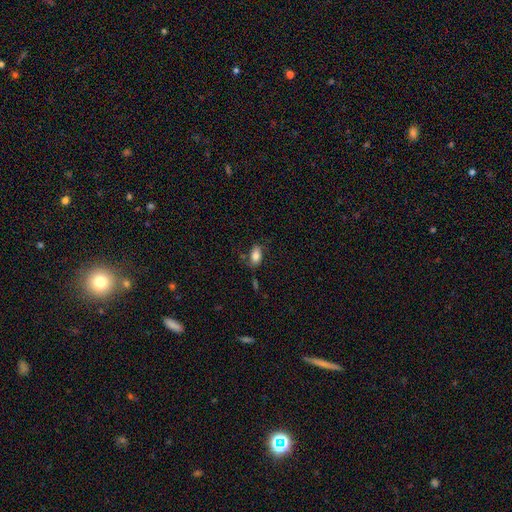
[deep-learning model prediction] This is likely a smooth galaxy (80%). How rounded: clearly in between (91%). Merging: likely none (67%).